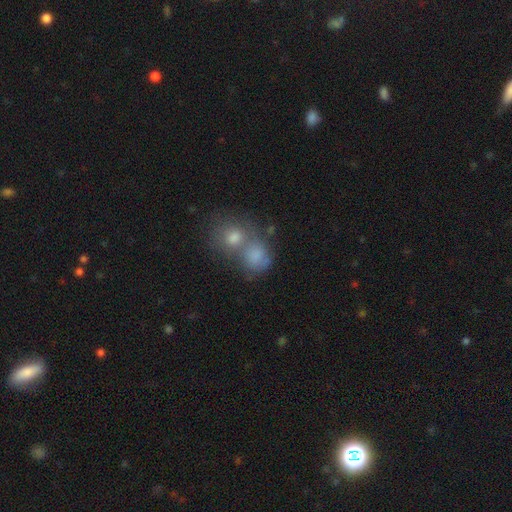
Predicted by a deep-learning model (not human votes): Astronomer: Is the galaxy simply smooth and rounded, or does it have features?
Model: smooth — 74%.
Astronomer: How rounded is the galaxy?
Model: round — 63%.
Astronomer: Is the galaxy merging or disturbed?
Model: merger — 59%.